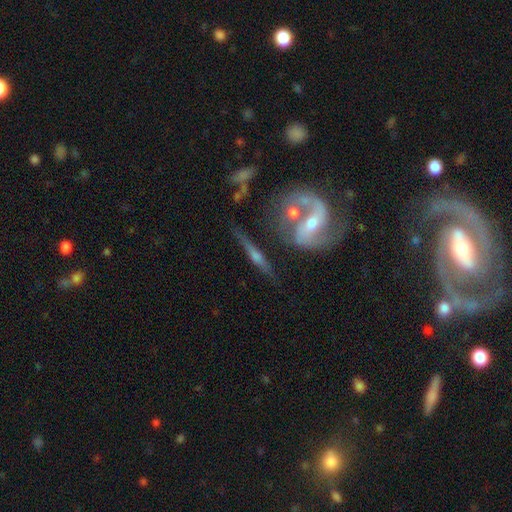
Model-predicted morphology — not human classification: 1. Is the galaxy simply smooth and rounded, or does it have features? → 72% featured or disk, 21% smooth, 7% star or artifact.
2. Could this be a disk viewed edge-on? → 79% yes, 21% no.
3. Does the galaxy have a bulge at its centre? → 74% rounded, 16% none, 10% boxy.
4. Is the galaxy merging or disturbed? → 62% none, 17% minor disturbance, 14% merger, 7% major disturbance.